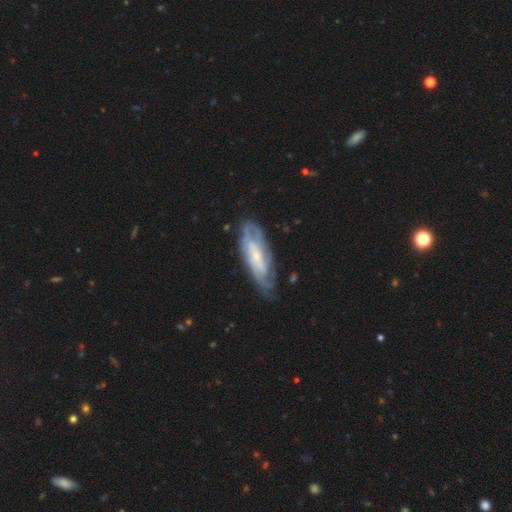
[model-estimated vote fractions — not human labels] Q: Smooth or featured?
A: featured or disk (70%); runner-up: smooth (24%)
Q: Edge-on disk?
A: no (81%); runner-up: yes (19%)
Q: Bar?
A: no (59%); runner-up: weak (32%)
Q: Spiral arms?
A: yes (84%); runner-up: no (16%)
Q: Bulge size?
A: small (63%); runner-up: moderate (24%)
Q: Merging?
A: none (70%); runner-up: minor disturbance (21%)